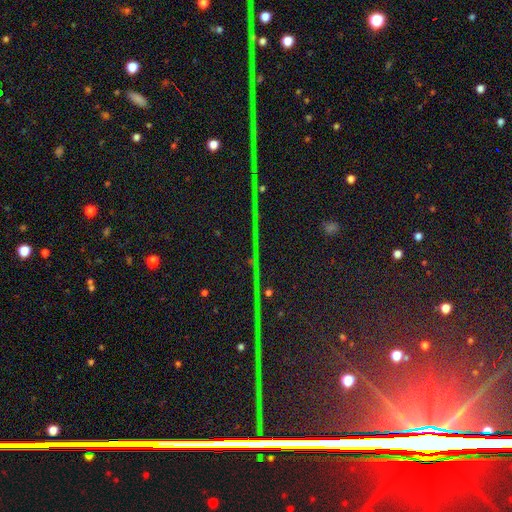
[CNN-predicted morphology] This is clearly a star or artifact rather than a galaxy (87%).